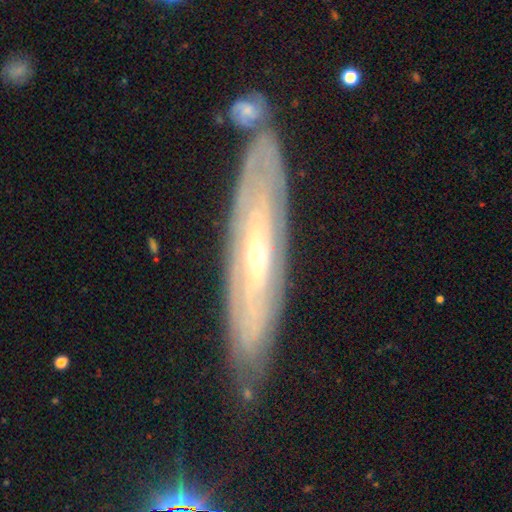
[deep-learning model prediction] This appears to be a featured or disk galaxy (80%). Merging: none (80%).